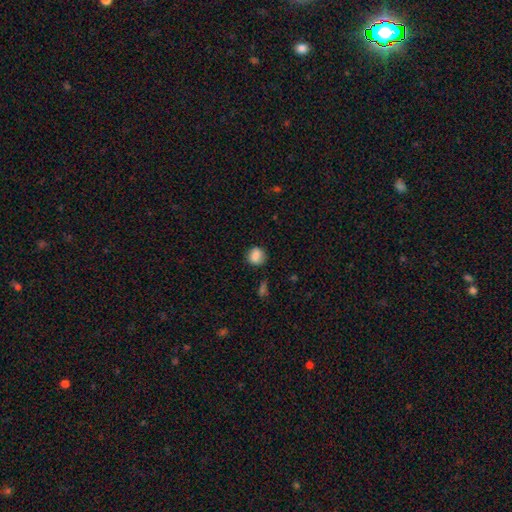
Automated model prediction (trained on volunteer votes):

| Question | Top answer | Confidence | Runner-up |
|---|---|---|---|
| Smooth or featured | smooth | 84% | star or artifact (9%) |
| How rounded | round | 77% | in between (22%) |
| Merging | none | 78% | minor disturbance (16%) |